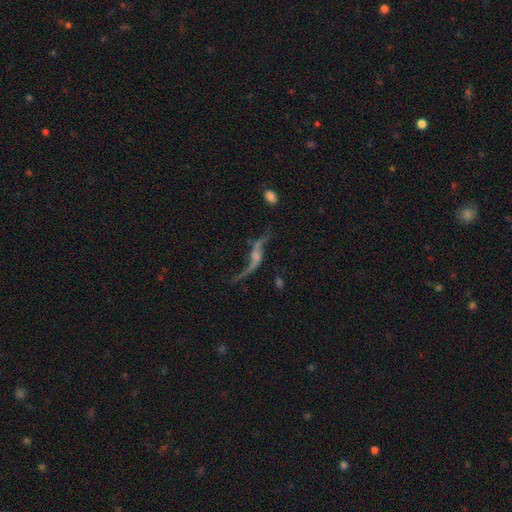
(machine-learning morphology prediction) Smooth or featured? featured or disk (84%)
Edge-on disk? no (82%)
Bar? no (56%)
Spiral arms? yes (90%)
Spiral winding? loose (95%)
Spiral arm count? 2 (90%)
Bulge size? small (48%)
Merging? none (55%)